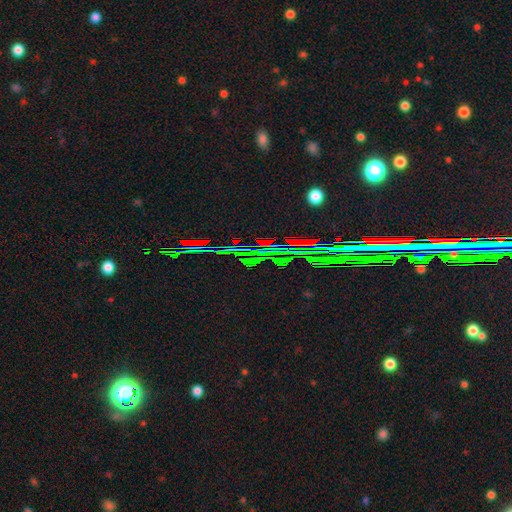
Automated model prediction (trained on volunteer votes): smooth-or-featured: star or artifact: 80% | featured or disk: 10% | smooth: 9%